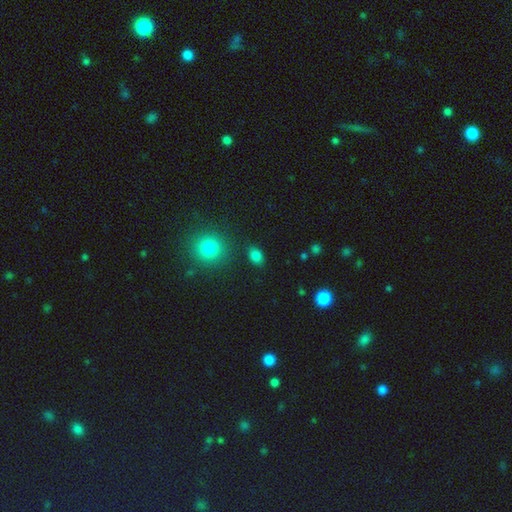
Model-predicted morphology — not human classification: smooth_or_featured: smooth (p=0.83) [alt: star or artifact p=0.12]
how_rounded: in between (p=0.76) [alt: round p=0.23]
merging: none (p=0.84) [alt: minor disturbance p=0.10]